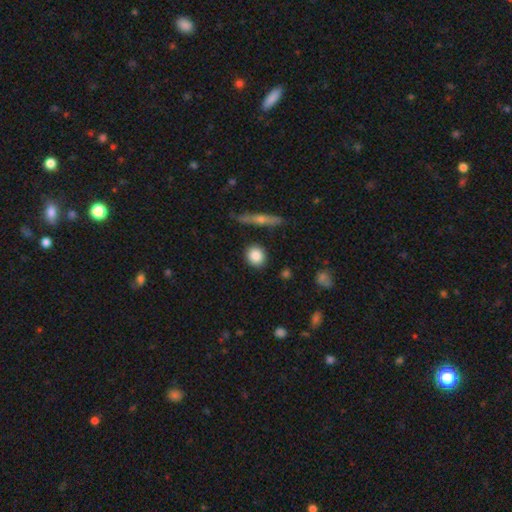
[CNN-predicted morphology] A smooth galaxy with no disk features (85%) that is round (81%).

Vote fractions:
- Smooth or featured? smooth: 85% / featured or disk: 8% / star or artifact: 7%
- How rounded? round: 81% / in between: 16% / cigar-shaped: 3%
- Merging? none: 87% / minor disturbance: 8% / merger: 3% / major disturbance: 2%